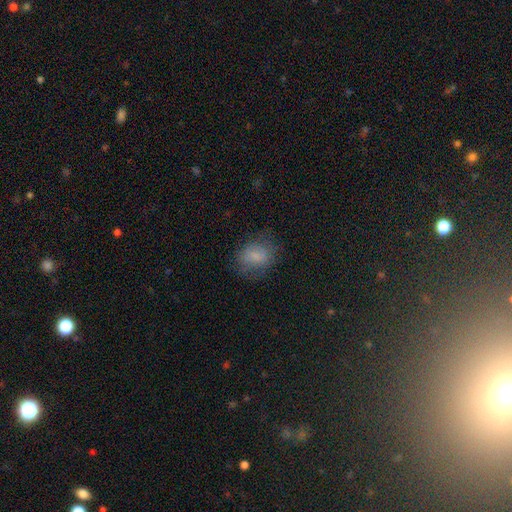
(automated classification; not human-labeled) Smooth or featured? smooth (74%)
How rounded? in between (61%)
Merging? none (67%)